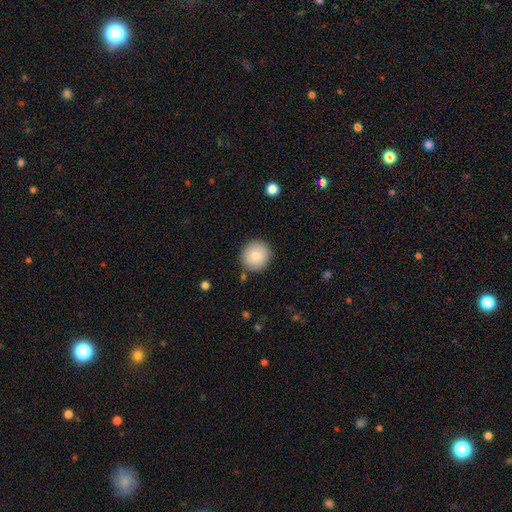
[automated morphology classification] The model was most divided on "smooth or featured": smooth: 84%, featured or disk: 8%, star or artifact: 8%. More confident: how rounded — round (93%); merging — none (87%).